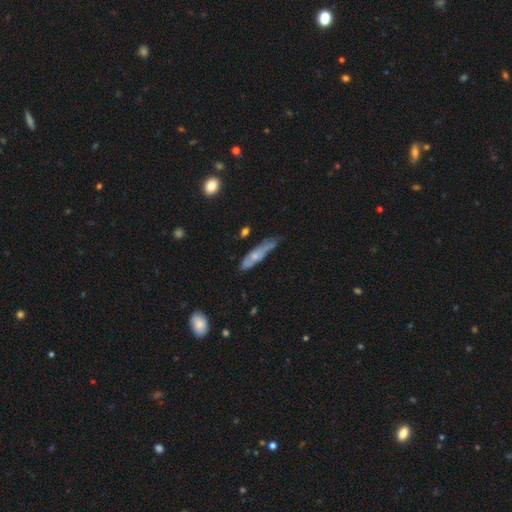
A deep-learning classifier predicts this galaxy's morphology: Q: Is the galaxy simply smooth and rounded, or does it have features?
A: featured or disk — 47%.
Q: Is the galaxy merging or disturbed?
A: none — 47%.